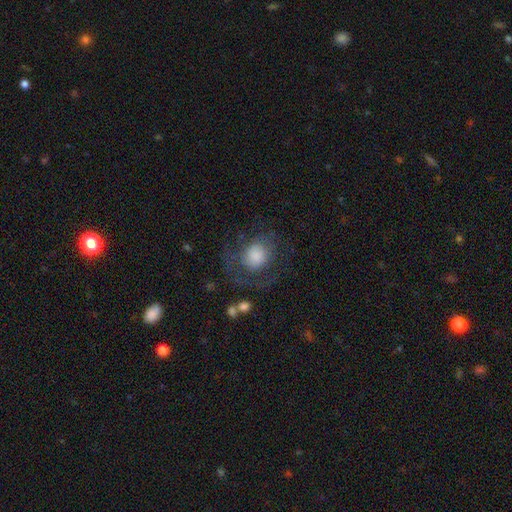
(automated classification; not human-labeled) Smooth or featured? smooth (53%)
How rounded? round (67%)
Merging? none (48%)